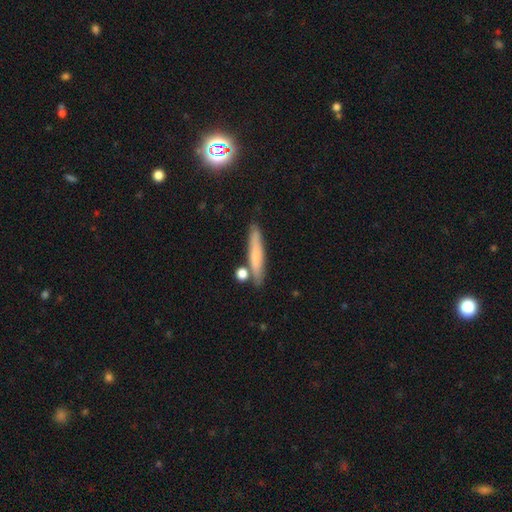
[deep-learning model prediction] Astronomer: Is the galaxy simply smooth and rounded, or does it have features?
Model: smooth — 63%.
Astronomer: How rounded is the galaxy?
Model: cigar-shaped — 90%.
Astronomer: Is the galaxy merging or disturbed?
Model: none — 78%.